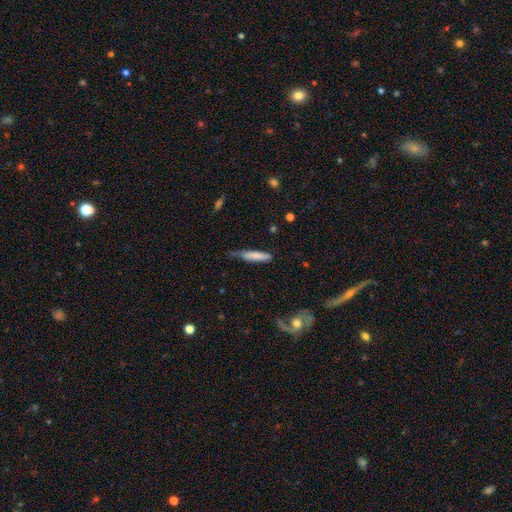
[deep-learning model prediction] Smooth or featured?
  - smooth: 76% *
  - featured or disk: 18%
  - star or artifact: 6%
How rounded?
  - cigar-shaped: 87% *
  - in between: 12%
  - round: 1%
Merging?
  - none: 53% *
  - minor disturbance: 35%
  - major disturbance: 8%
  - merger: 3%